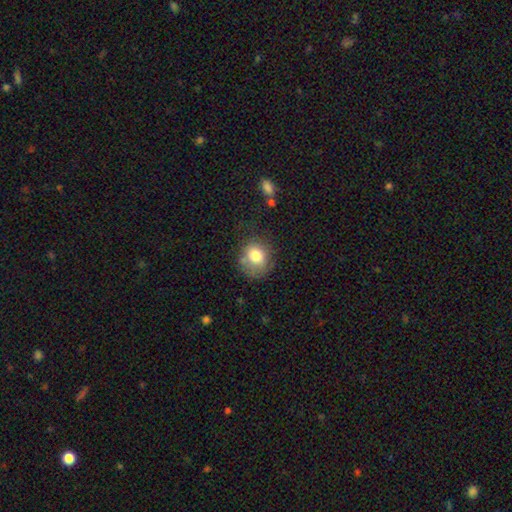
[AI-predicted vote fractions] This appears to be a smooth galaxy with no disk features (78%) that is round (70%). Merging: none (63%).